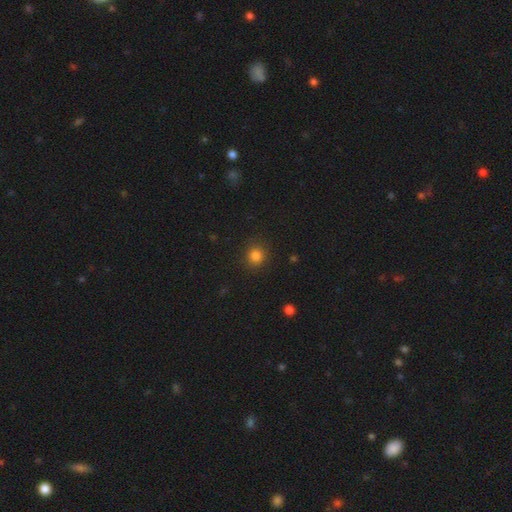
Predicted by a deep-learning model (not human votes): smooth 82%, star or artifact 13%, featured or disk 4%. Down the decision tree: how rounded — round (89%); merging — none (89%).